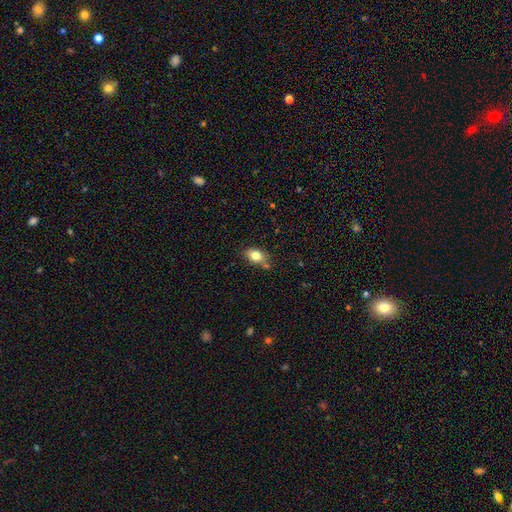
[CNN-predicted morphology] Smooth or featured: smooth — 80% (featured or disk — 11%)
How rounded: in between — 81% (round — 17%)
Merging: none — 71% (minor disturbance — 17%)